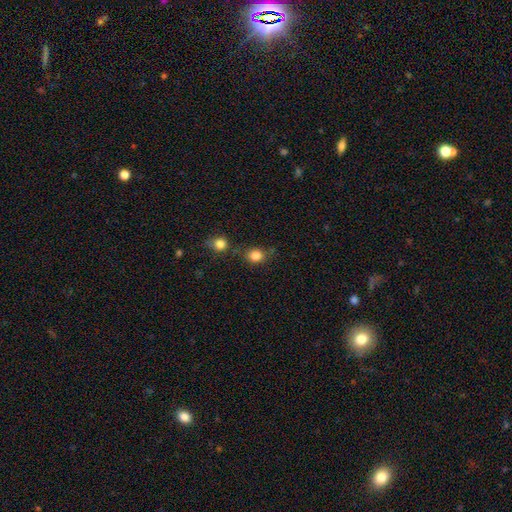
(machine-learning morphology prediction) Smooth or featured?
  - smooth: 84% *
  - star or artifact: 11%
  - featured or disk: 5%
How rounded?
  - round: 67% *
  - in between: 32%
  - cigar-shaped: 1%
Merging?
  - none: 68% *
  - minor disturbance: 14%
  - merger: 13%
  - major disturbance: 5%